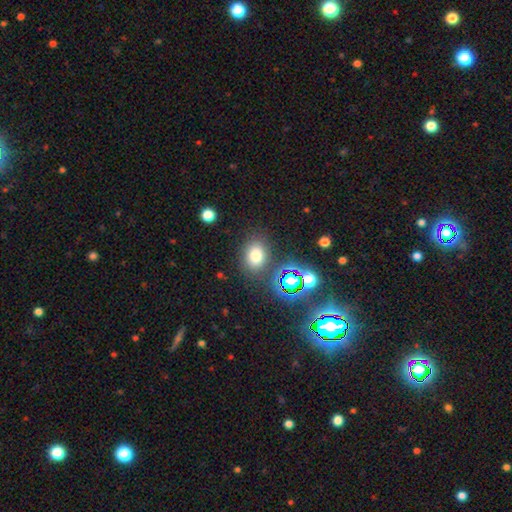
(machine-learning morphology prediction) This appears to be a smooth galaxy with no disk features (73%) that is in between round and cigar-shaped (59%). Merging: none (80%).